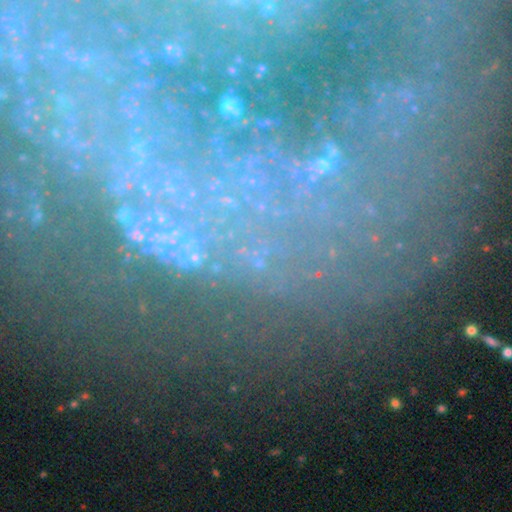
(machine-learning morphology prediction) type=star or artifact (48%).